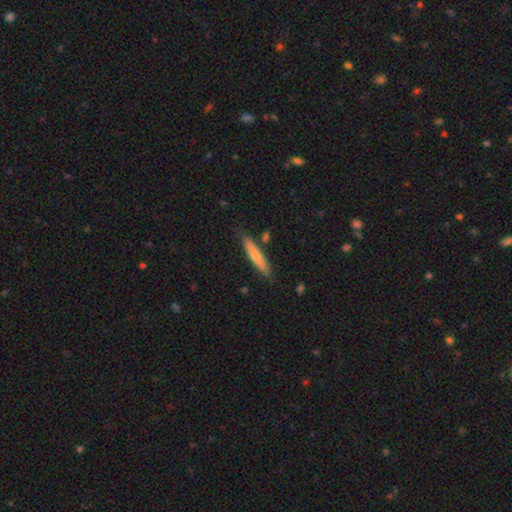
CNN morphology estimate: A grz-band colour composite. It shows a smooth galaxy with no disk features (66%) that is cigar-shaped (90%). Merging: none (81%).